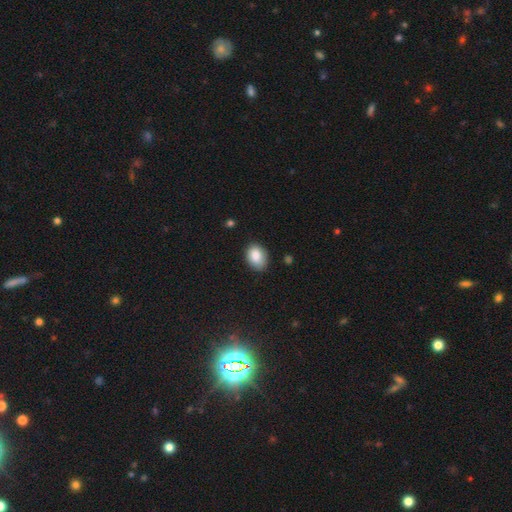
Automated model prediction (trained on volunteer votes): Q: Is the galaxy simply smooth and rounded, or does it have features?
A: smooth — 85%.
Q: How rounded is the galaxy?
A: in between — 74%.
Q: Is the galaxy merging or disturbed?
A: none — 72%.